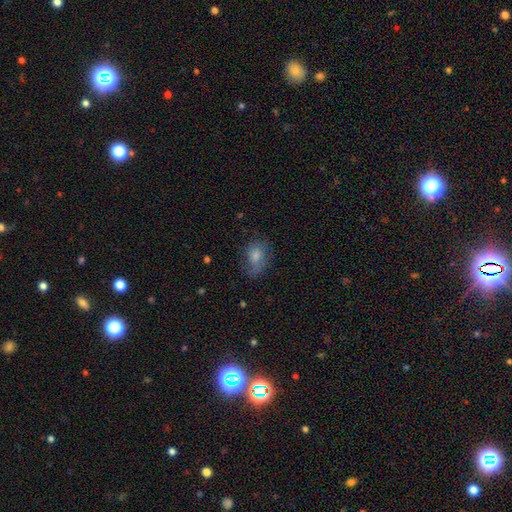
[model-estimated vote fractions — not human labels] Smooth or featured: smooth — 58% (featured or disk — 27%)
How rounded: in between — 69% (round — 29%)
Merging: none — 59% (minor disturbance — 26%)